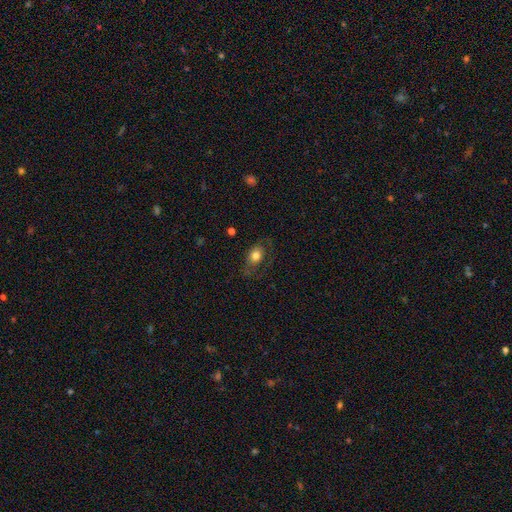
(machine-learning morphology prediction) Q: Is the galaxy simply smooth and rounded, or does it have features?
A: smooth — 68%.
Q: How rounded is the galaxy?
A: in between — 77%.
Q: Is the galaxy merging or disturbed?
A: none — 61%.